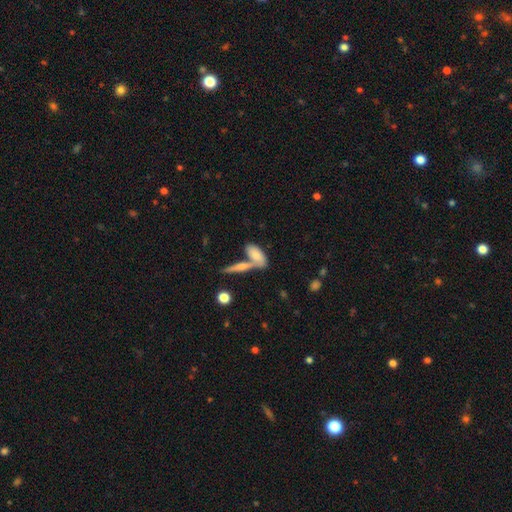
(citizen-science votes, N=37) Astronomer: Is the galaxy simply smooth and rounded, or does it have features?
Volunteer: smooth — 54% (runner-up: featured or disk, 41%).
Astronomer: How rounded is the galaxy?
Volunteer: in between — 70%.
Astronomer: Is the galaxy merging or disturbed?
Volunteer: merger — 63%.